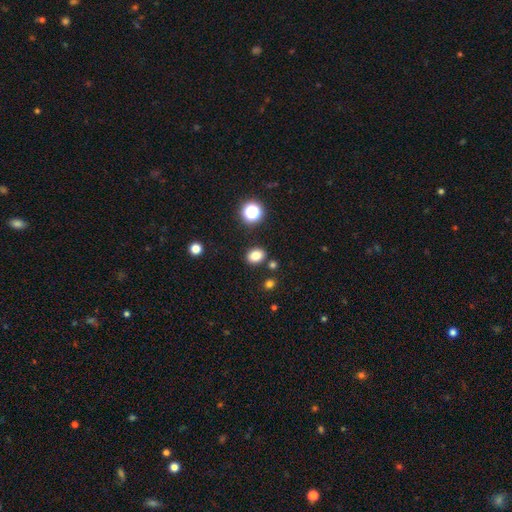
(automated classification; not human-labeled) The model was most divided on "how rounded": in between: 60%, round: 39%, cigar-shaped: 1%. More confident: merging — none (84%); smooth or featured — smooth (81%).